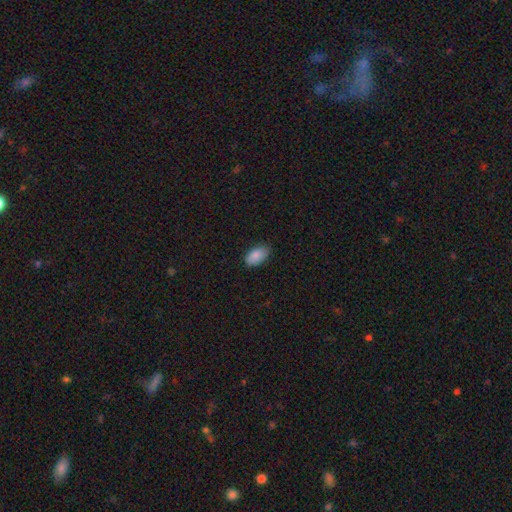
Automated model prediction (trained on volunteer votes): smooth 89%, star or artifact 7%, featured or disk 4%. Down the decision tree: how rounded — in between (94%); merging — none (80%).